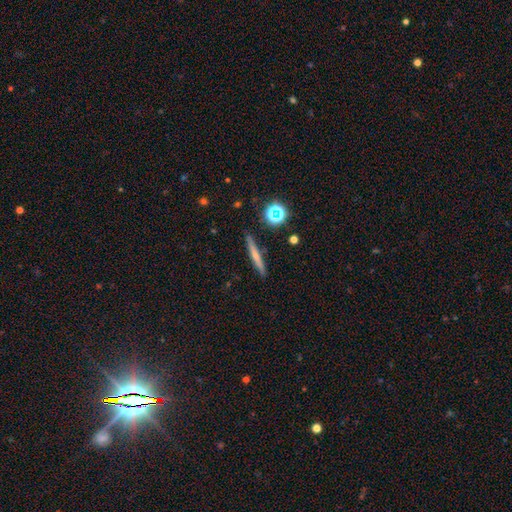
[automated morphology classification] Smooth or featured? smooth (51%)
How rounded? cigar-shaped (92%)
Merging? none (89%)